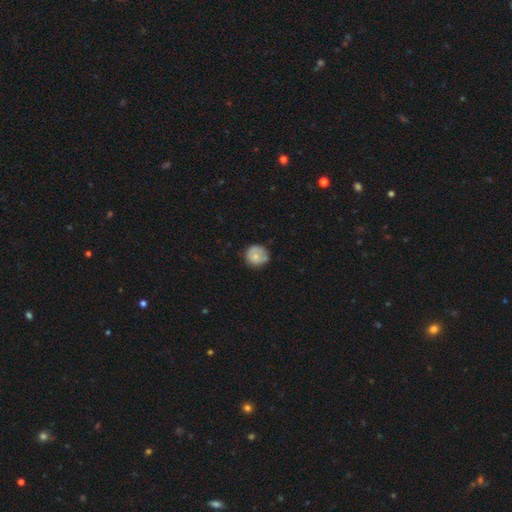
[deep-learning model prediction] smooth 70%, featured or disk 22%, star or artifact 8%. Down the decision tree: how rounded — round (88%); merging — none (67%).